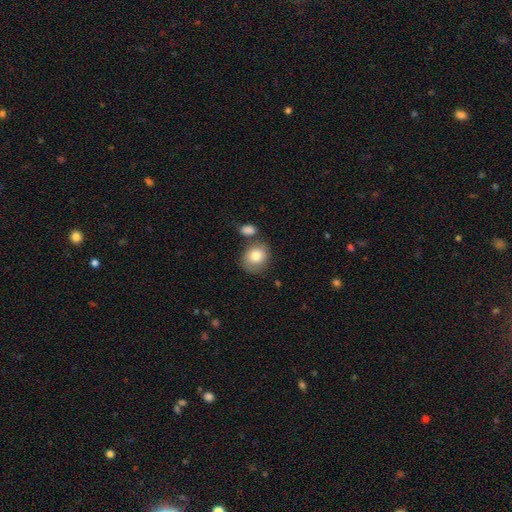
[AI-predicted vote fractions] A smooth galaxy with no disk features (81%) that is round (64%). Merging: none (63%).